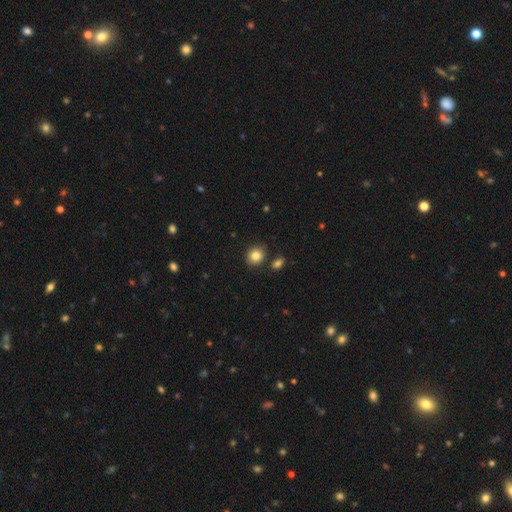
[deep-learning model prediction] A smooth galaxy with no disk features (83%) that is round (76%). Merging: none (82%).